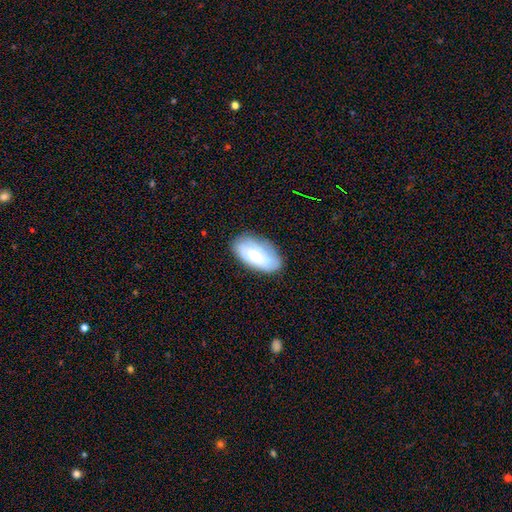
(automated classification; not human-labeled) Smooth or featured? Predicted: smooth (p=0.56). How rounded? Predicted: in between (p=0.92). Merging? Predicted: none (p=0.78).